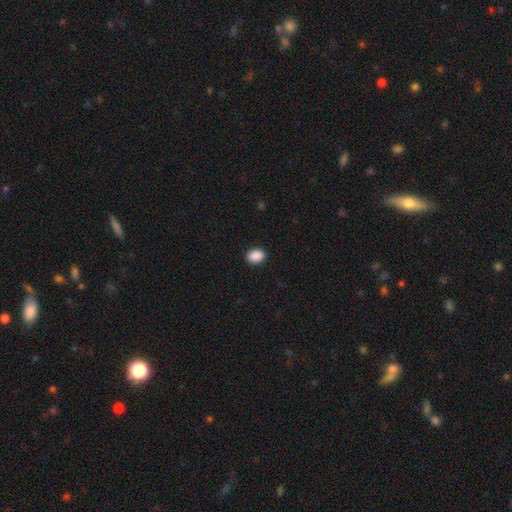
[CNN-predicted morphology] Smooth or featured: smooth — 90% (star or artifact — 8%)
How rounded: in between — 68% (round — 31%)
Merging: none — 91% (minor disturbance — 7%)